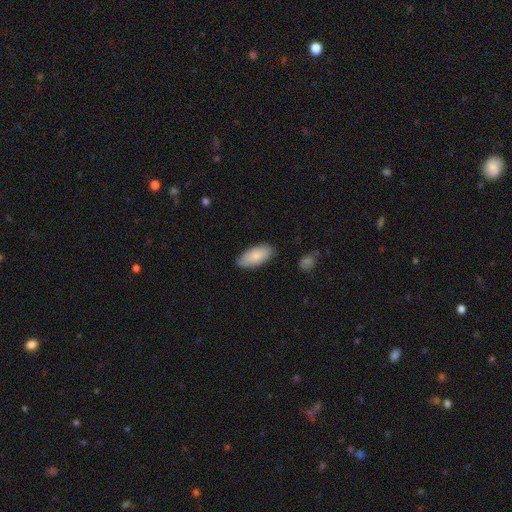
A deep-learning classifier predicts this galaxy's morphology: This appears to be a smooth galaxy with no disk features (83%) that is in between round and cigar-shaped (91%). Merging: none (78%).